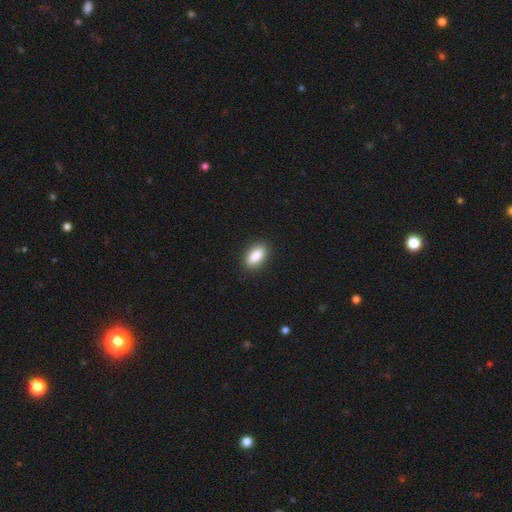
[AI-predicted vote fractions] Smooth or featured: smooth — 87% (star or artifact — 7%)
How rounded: in between — 88% (cigar-shaped — 7%)
Merging: none — 89% (minor disturbance — 8%)